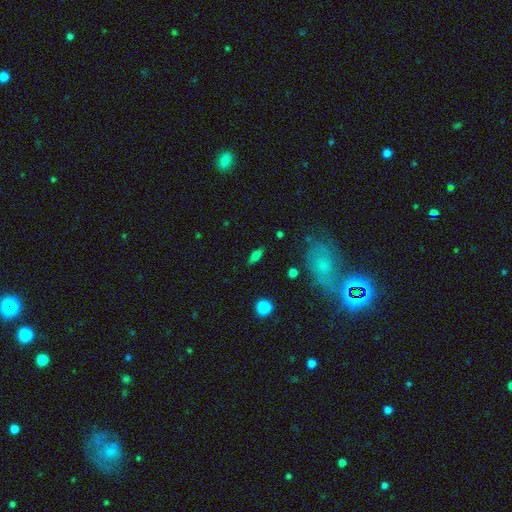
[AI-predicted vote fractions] smooth_or_featured: smooth (p=0.58) [alt: featured or disk p=0.31]
how_rounded: in between (p=0.64) [alt: cigar-shaped p=0.29]
merging: none (p=0.84) [alt: minor disturbance p=0.11]